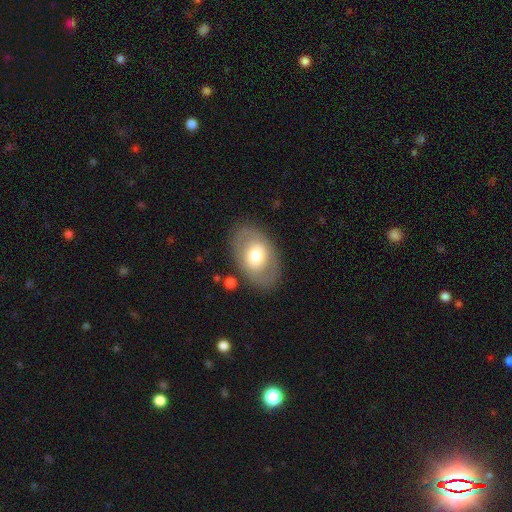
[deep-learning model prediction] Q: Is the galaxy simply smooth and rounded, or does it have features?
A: smooth — 59%.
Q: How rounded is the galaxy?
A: in between — 85%.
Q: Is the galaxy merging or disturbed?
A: none — 81%.